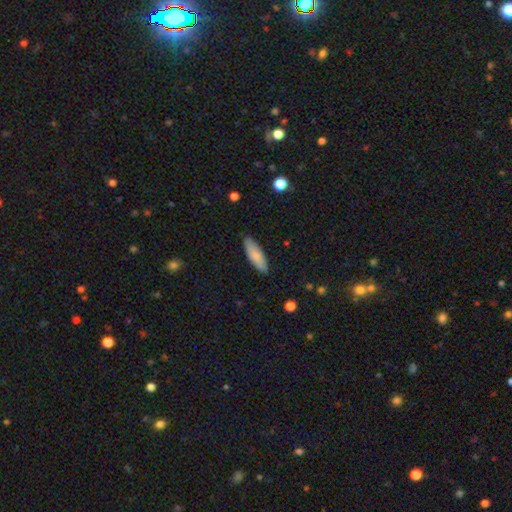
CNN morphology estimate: This appears to be a smooth galaxy with no disk features (81%) that is in between round and cigar-shaped (56%). Merging: none (86%).